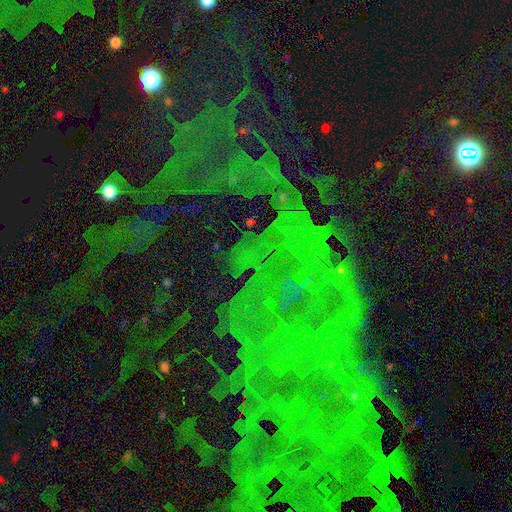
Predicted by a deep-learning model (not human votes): The model was most divided on "smooth or featured": star or artifact: 74%, featured or disk: 16%, smooth: 10%.